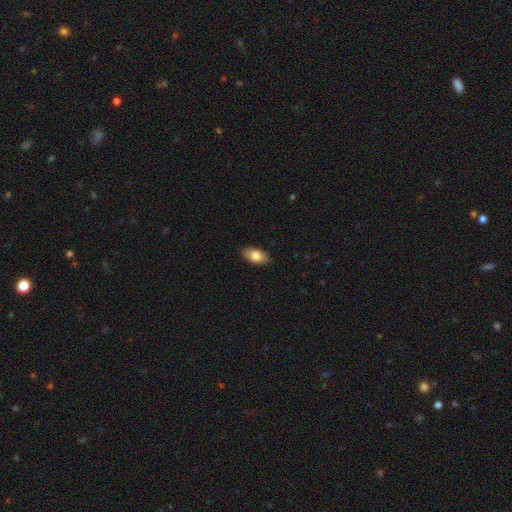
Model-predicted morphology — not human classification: type=smooth (80%); roundness=in between (92%); merging=none (88%).